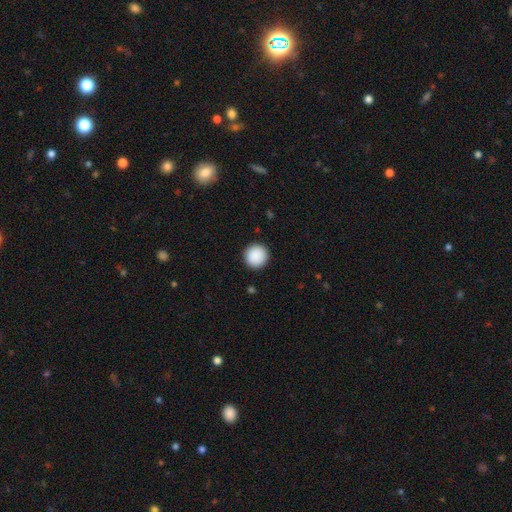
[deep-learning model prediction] A smooth galaxy with no disk features (90%) that is round (96%).

Vote fractions:
- Smooth or featured? smooth: 90% / star or artifact: 8% / featured or disk: 2%
- How rounded? round: 96% / in between: 4% / cigar-shaped: 1%
- Merging? none: 92% / minor disturbance: 5% / major disturbance: 2% / merger: 1%